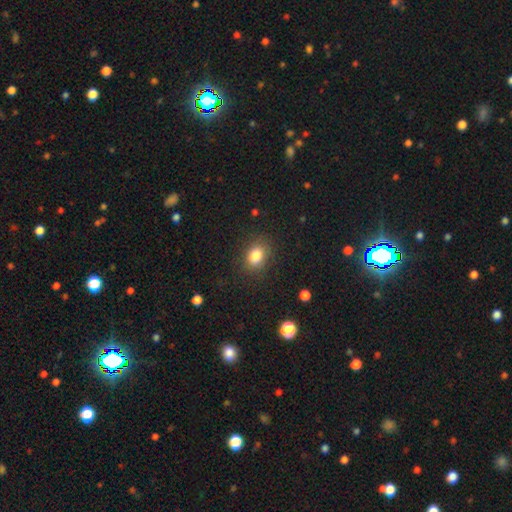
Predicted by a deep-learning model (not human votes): smooth 83%, star or artifact 11%, featured or disk 7%. Down the decision tree: how rounded — in between (62%); merging — none (83%).